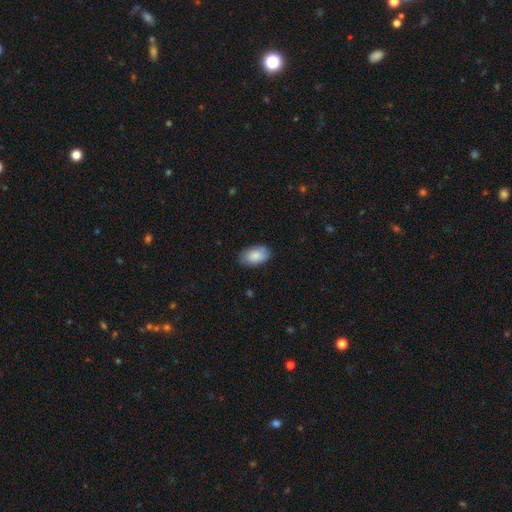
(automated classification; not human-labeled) Smooth or featured: smooth — 84% (featured or disk — 10%)
How rounded: in between — 93% (round — 6%)
Merging: none — 76% (minor disturbance — 19%)